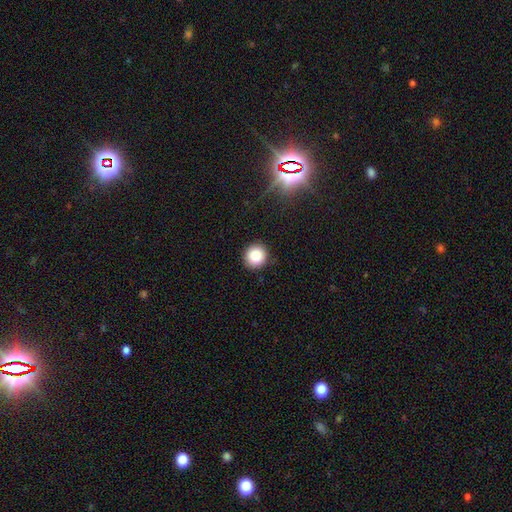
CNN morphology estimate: smooth_or_featured: smooth (p=0.83) [alt: star or artifact p=0.11]
how_rounded: round (p=0.92) [alt: in between p=0.07]
merging: none (p=0.91) [alt: minor disturbance p=0.06]